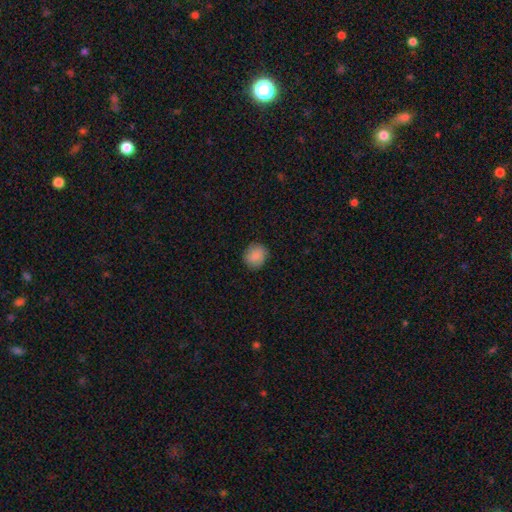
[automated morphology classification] type=smooth (88%); roundness=round (81%); merging=none (88%).